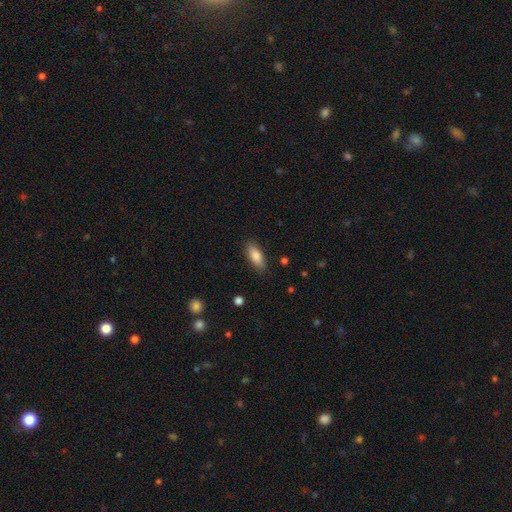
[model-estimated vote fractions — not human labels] smooth-or-featured: smooth: 82% | featured or disk: 12% | star or artifact: 7%
  how-rounded: in between: 78% | cigar-shaped: 19% | round: 2%
  merging: none: 86% | minor disturbance: 10% | major disturbance: 2% | merger: 1%